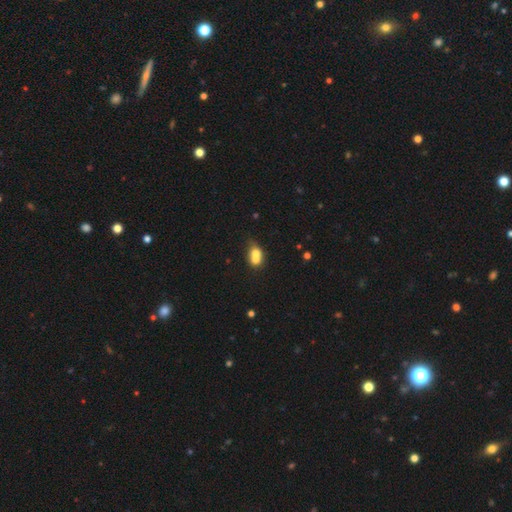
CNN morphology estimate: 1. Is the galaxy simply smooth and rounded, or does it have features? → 68% smooth, 21% featured or disk, 11% star or artifact.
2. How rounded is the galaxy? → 57% in between, 41% round, 3% cigar-shaped.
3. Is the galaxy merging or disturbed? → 61% merger, 23% none, 11% minor disturbance, 6% major disturbance.